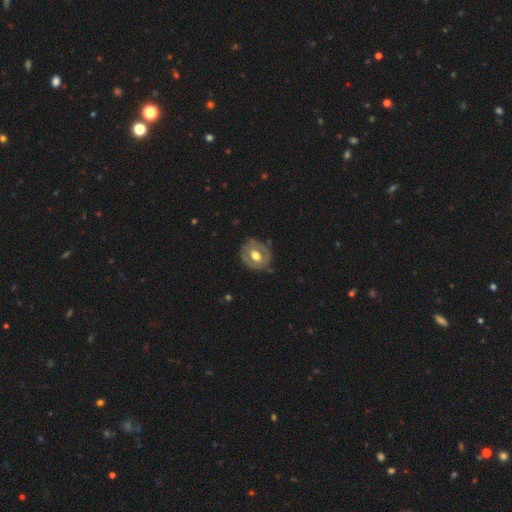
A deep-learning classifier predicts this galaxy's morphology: A featured or disk galaxy (58%) with no bar (56%), no spiral arms (68%) and a moderate central bulge (66%).

Vote fractions:
- Smooth or featured? featured or disk: 58% / smooth: 37% / star or artifact: 5%
- Edge-on disk? no: 95% / yes: 5%
- Bar? no: 56% / weak: 33% / strong: 12%
- Spiral arms? no: 68% / yes: 32%
- Bulge size? moderate: 66% / large: 26% / small: 5% / dominant: 1% / none: 1%
- Merging? none: 74% / minor disturbance: 19% / major disturbance: 6% / merger: 1%